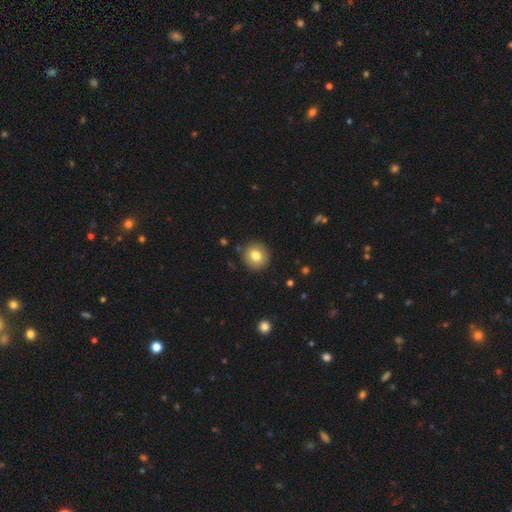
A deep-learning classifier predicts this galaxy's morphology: A smooth galaxy with no disk features (80%) that is round (92%). Merging: none (90%).